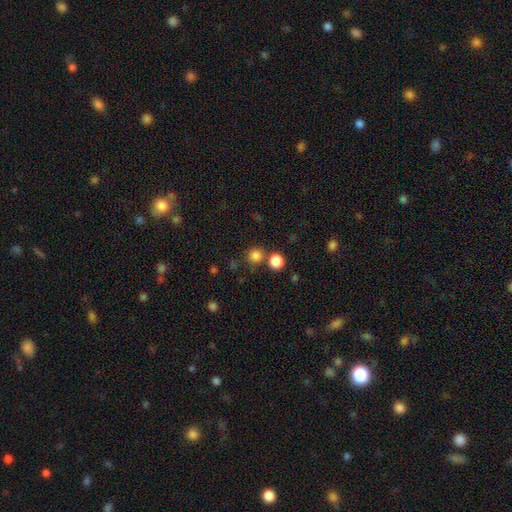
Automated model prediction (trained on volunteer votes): Q: Smooth or featured?
A: smooth (82%); runner-up: star or artifact (14%)
Q: How rounded?
A: round (92%); runner-up: in between (7%)
Q: Merging?
A: none (72%); runner-up: merger (19%)